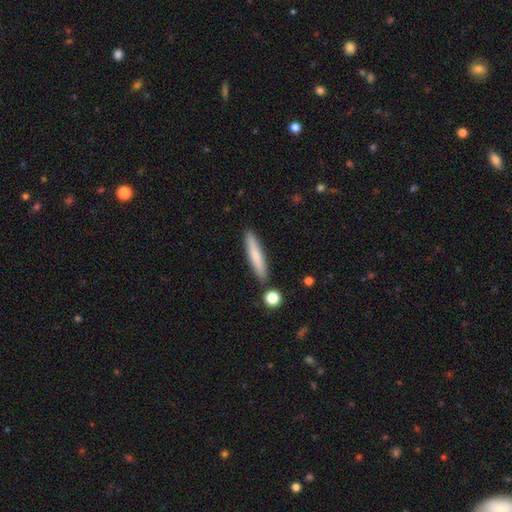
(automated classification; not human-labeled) This appears to be a smooth galaxy with no disk features (74%) that is cigar-shaped (92%). Merging: none (86%).